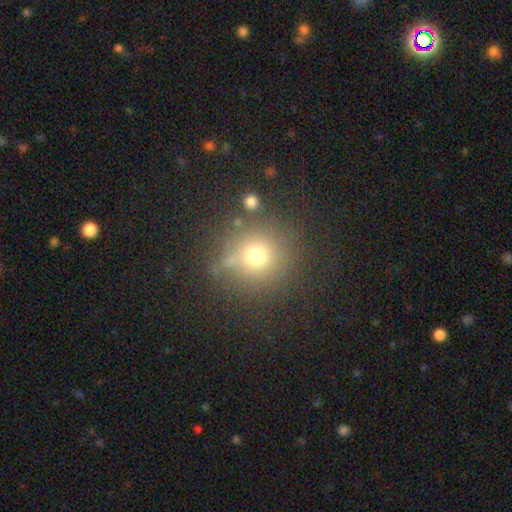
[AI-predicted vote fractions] smooth-or-featured: smooth: 69% | star or artifact: 19% | featured or disk: 12%
  how-rounded: round: 92% | in between: 7% | cigar-shaped: 1%
  merging: none: 76% | minor disturbance: 12% | merger: 7% | major disturbance: 5%